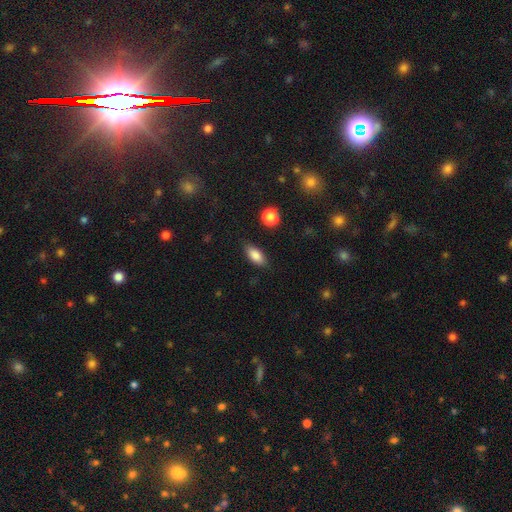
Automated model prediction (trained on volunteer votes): Morphology: type=smooth (84%); roundness=in between (85%); merging=none (83%).